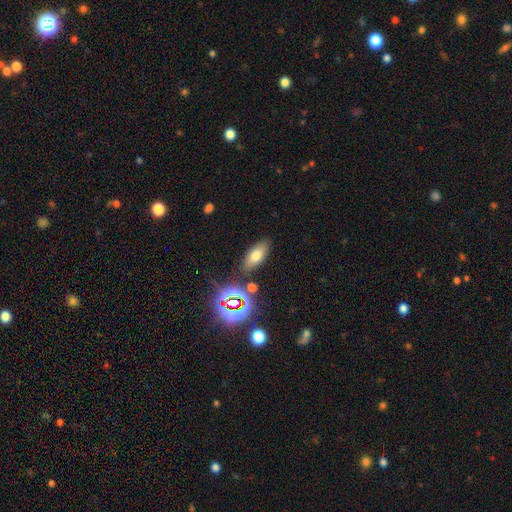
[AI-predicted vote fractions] This is likely a smooth galaxy (66%). How rounded: clearly in between (82%). Merging: clearly none (81%).